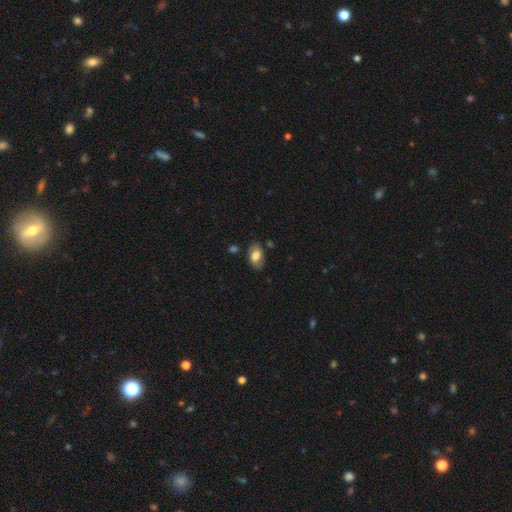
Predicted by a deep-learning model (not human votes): A smooth galaxy with no disk features (71%) that is in between round and cigar-shaped (91%).

Vote fractions:
- Smooth or featured? smooth: 71% / featured or disk: 22% / star or artifact: 7%
- How rounded? in between: 91% / round: 8% / cigar-shaped: 1%
- Merging? none: 75% / minor disturbance: 17% / major disturbance: 5% / merger: 3%